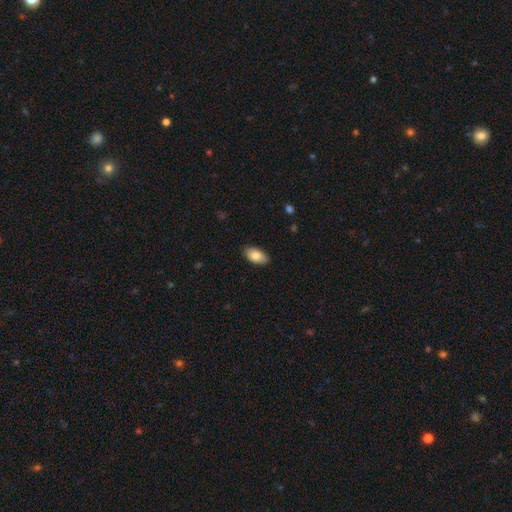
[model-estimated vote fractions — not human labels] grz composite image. It shows a smooth galaxy with no disk features (84%) that is in between round and cigar-shaped (94%). Merging: none (88%).